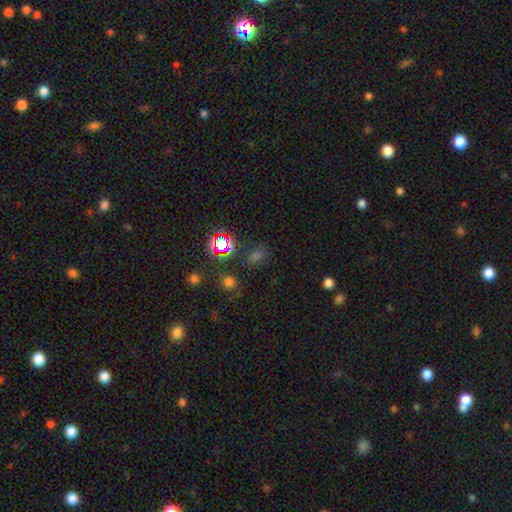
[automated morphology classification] smooth-or-featured: star or artifact: 49% | smooth: 42% | featured or disk: 8%